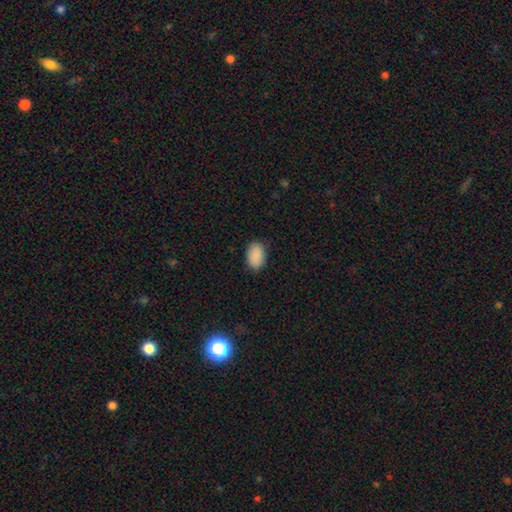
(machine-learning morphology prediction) Smooth or featured? smooth (90%)
How rounded? in between (91%)
Merging? none (86%)